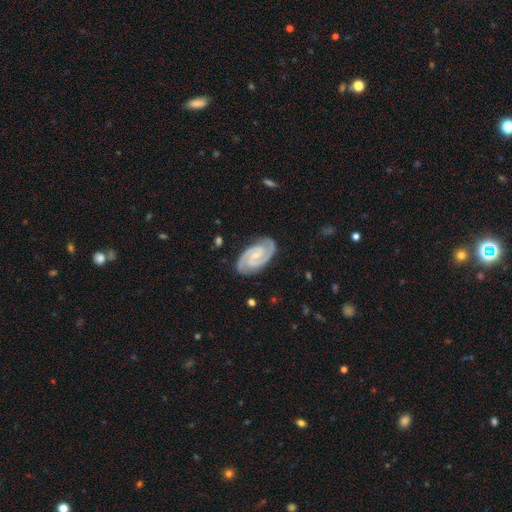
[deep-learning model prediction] Smooth or featured? featured or disk (91%)
Edge-on disk? no (98%)
Bar? weak (43%)
Spiral arms? yes (99%)
Spiral winding? tight (62%)
Spiral arm count? 2 (93%)
Bulge size? small (64%)
Merging? none (85%)